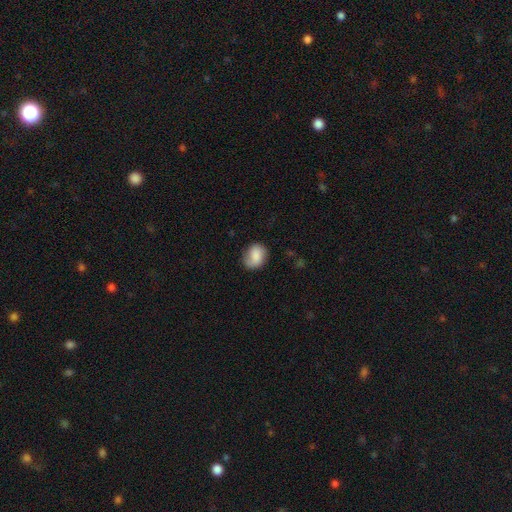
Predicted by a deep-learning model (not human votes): Smooth or featured? Predicted: smooth (p=0.81). How rounded? Predicted: in between (p=0.56). Merging? Predicted: none (p=0.66).